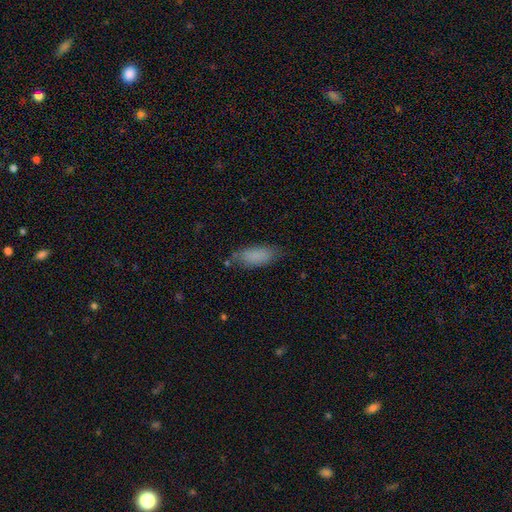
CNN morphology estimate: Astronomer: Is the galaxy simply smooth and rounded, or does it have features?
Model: smooth — 85%.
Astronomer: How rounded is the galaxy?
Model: in between — 75%.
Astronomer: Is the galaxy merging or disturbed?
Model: none — 74%.